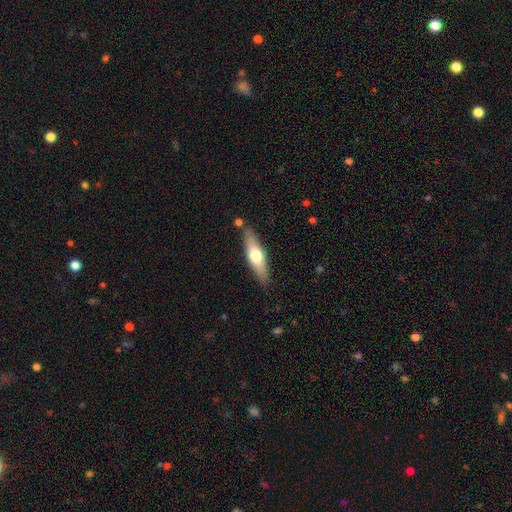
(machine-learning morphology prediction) A smooth galaxy with no disk features (54%) that is cigar-shaped (64%).

Vote fractions:
- Smooth or featured? smooth: 54% / featured or disk: 41% / star or artifact: 5%
- How rounded? cigar-shaped: 64% / in between: 34% / round: 2%
- Merging? none: 83% / minor disturbance: 11% / merger: 3% / major disturbance: 2%